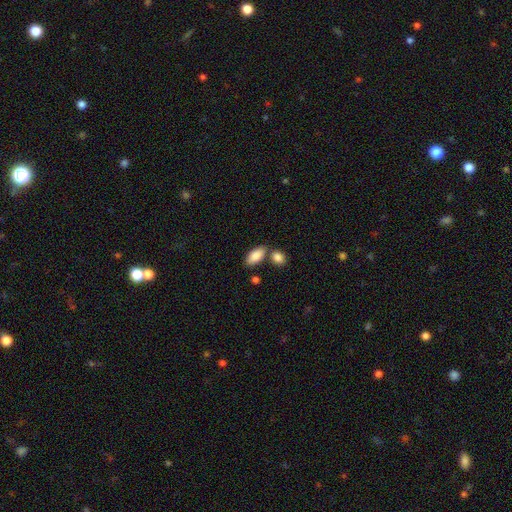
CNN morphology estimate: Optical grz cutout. It shows a smooth galaxy with no disk features (86%) that is in between round and cigar-shaped (90%). Merging: none (65%).